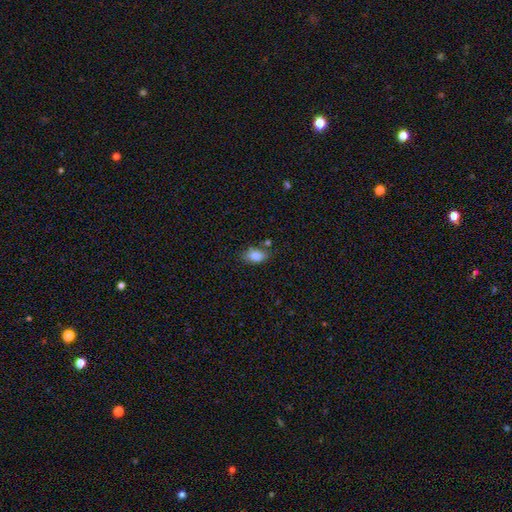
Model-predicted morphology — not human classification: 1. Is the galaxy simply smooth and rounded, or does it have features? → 84% smooth, 9% star or artifact, 7% featured or disk.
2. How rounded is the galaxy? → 85% in between, 13% round, 2% cigar-shaped.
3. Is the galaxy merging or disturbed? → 70% none, 18% minor disturbance, 8% merger, 4% major disturbance.